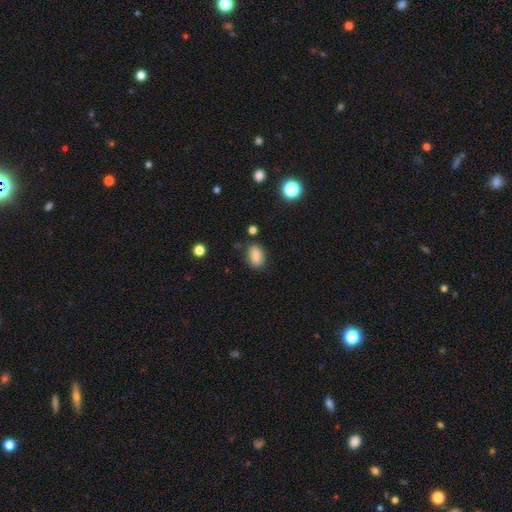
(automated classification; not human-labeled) Morphology: type=smooth (80%); roundness=in between (84%); merging=none (78%).